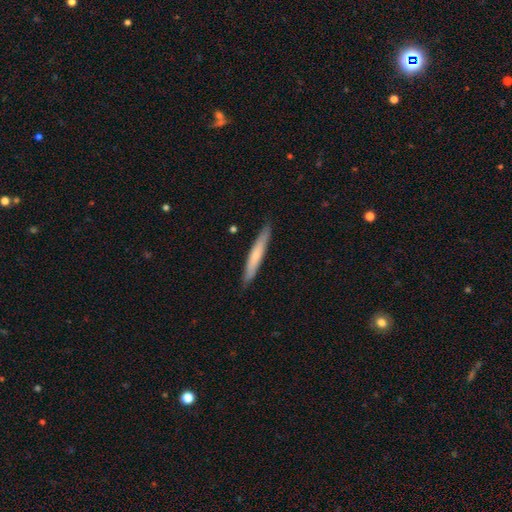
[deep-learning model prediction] This is possibly a smooth galaxy (59%). How rounded: clearly cigar-shaped (95%). Merging: clearly none (89%).